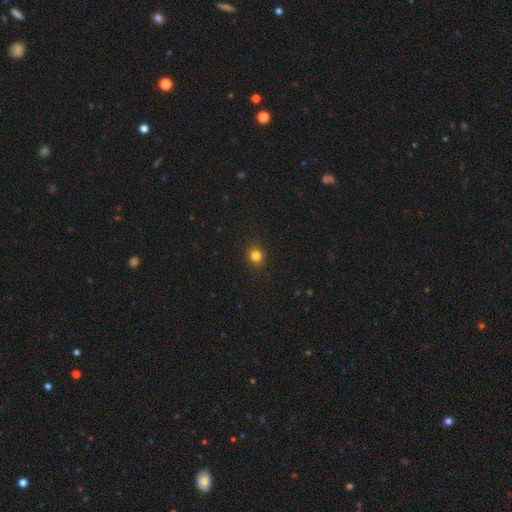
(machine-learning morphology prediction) Smooth or featured: smooth — 83% (star or artifact — 13%)
How rounded: round — 73% (in between — 26%)
Merging: none — 90% (minor disturbance — 7%)